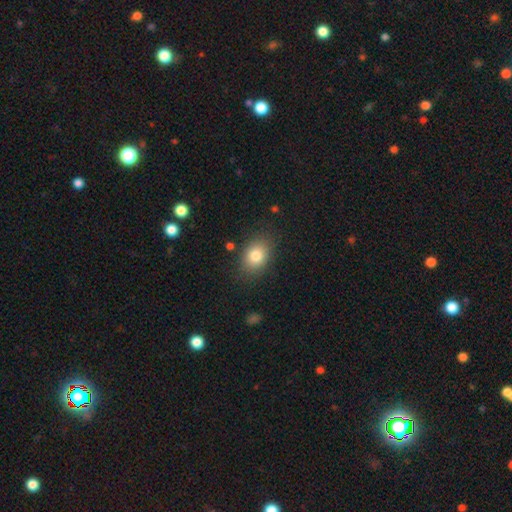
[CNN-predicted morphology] This is clearly a smooth galaxy (81%). How rounded: likely in between (68%). Merging: clearly none (82%).